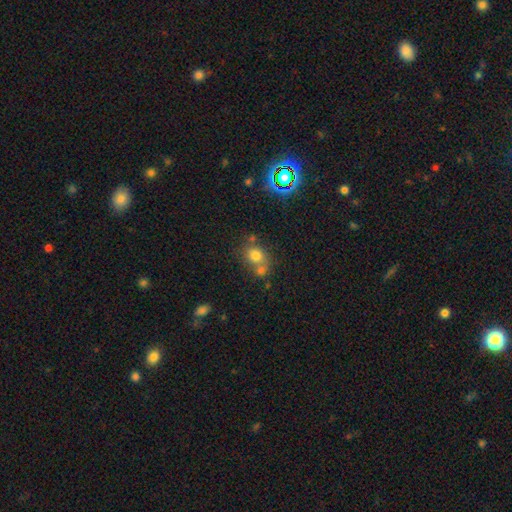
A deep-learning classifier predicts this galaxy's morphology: This appears to be a smooth galaxy with no disk features (74%) that is round (68%). Merging: none (46%).